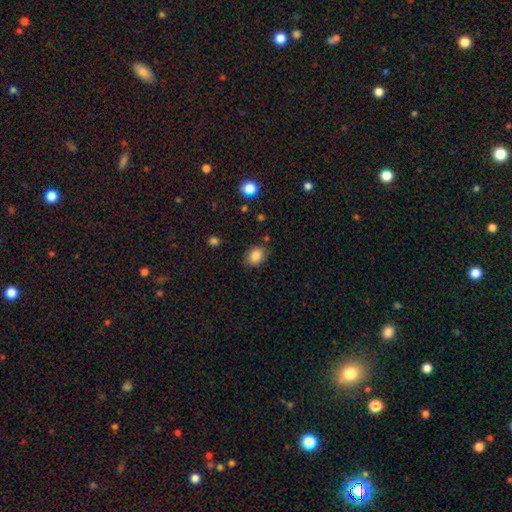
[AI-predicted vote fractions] Smooth or featured: smooth — 85% (star or artifact — 9%)
How rounded: in between — 61% (round — 38%)
Merging: none — 78% (minor disturbance — 16%)